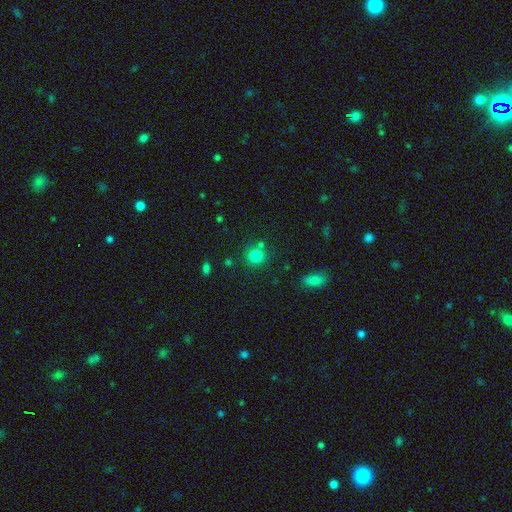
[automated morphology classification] Smooth or featured? Predicted: smooth (p=0.80). How rounded? Predicted: round (p=0.89). Merging? Predicted: none (p=0.72).